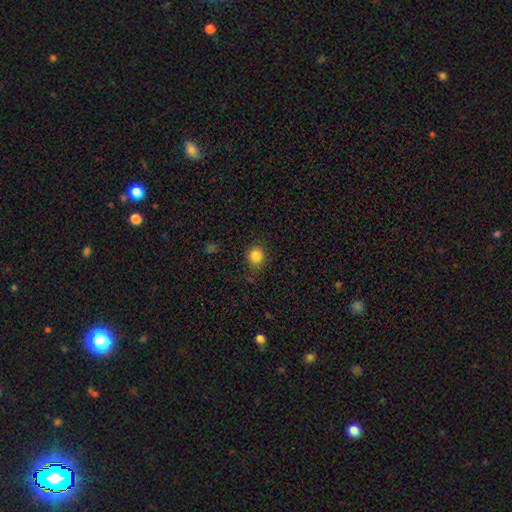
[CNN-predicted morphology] Smooth or featured?
  - smooth: 84% *
  - star or artifact: 11%
  - featured or disk: 4%
How rounded?
  - round: 82% *
  - in between: 17%
  - cigar-shaped: 1%
Merging?
  - none: 78% *
  - minor disturbance: 16%
  - major disturbance: 4%
  - merger: 2%